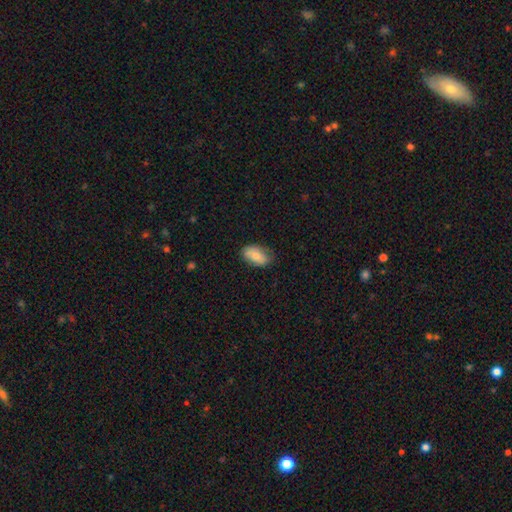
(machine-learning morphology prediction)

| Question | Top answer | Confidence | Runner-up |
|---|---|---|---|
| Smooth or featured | smooth | 73% | featured or disk (20%) |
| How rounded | in between | 92% | round (5%) |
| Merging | none | 76% | minor disturbance (20%) |